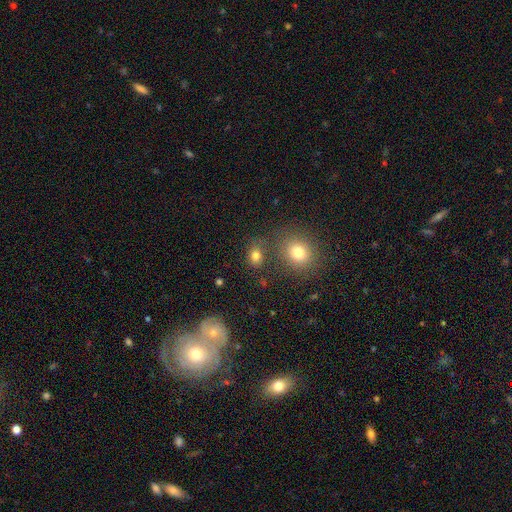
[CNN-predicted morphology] Smooth or featured? Predicted: smooth (p=0.77). How rounded? Predicted: in between (p=0.55). Merging? Predicted: none (p=0.70).